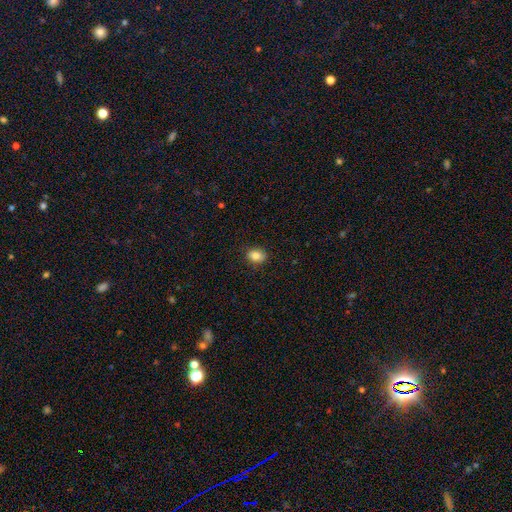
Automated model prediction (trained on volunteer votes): Q: Smooth or featured?
A: smooth (85%); runner-up: star or artifact (9%)
Q: How rounded?
A: in between (56%); runner-up: round (43%)
Q: Merging?
A: none (86%); runner-up: minor disturbance (11%)